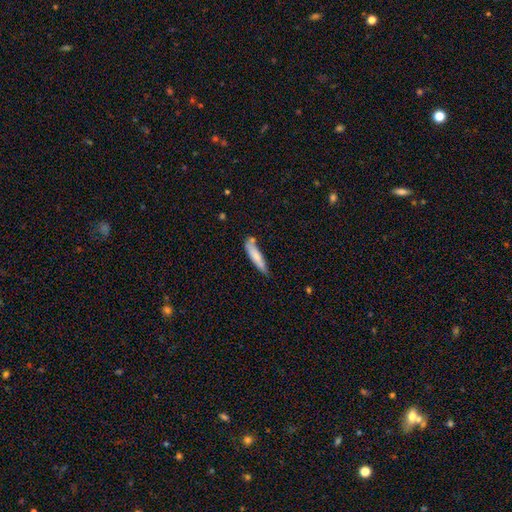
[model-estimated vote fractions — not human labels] Smooth or featured? Predicted: smooth (p=0.77). How rounded? Predicted: cigar-shaped (p=0.84). Merging? Predicted: none (p=0.62).